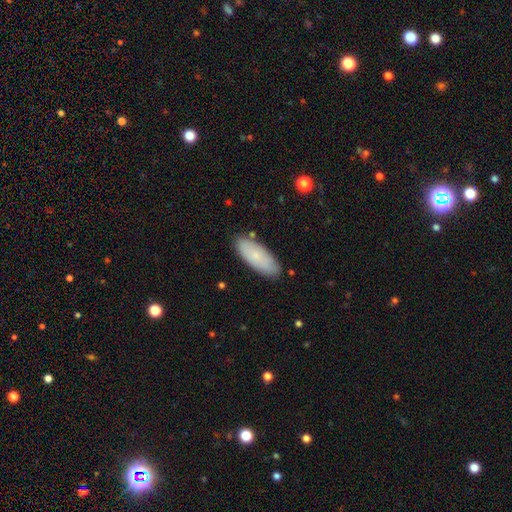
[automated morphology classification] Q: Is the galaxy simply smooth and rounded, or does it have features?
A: smooth — 75%.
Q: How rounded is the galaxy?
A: in between — 76%.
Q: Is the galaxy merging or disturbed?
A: none — 84%.